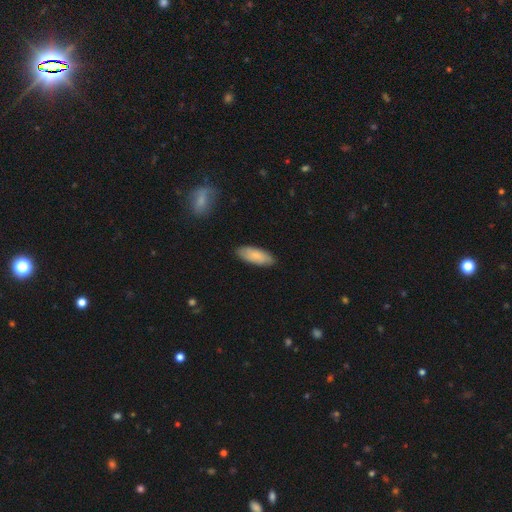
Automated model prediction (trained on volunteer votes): A smooth galaxy with no disk features (78%) that is in between round and cigar-shaped (78%).

Vote fractions:
- Smooth or featured? smooth: 78% / featured or disk: 16% / star or artifact: 6%
- How rounded? in between: 78% / cigar-shaped: 20% / round: 2%
- Merging? none: 85% / minor disturbance: 12% / major disturbance: 2% / merger: 1%